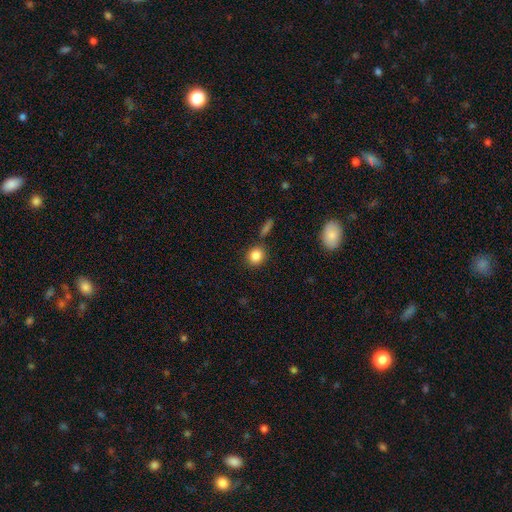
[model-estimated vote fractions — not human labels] This is clearly a smooth galaxy (86%). How rounded: likely round (79%). Merging: clearly none (80%).